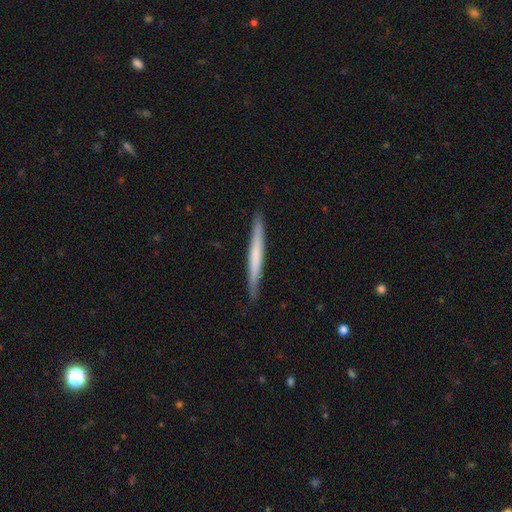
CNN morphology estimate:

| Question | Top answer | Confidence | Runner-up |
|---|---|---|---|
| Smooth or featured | smooth | 55% | featured or disk (40%) |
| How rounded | cigar-shaped | 97% | in between (2%) |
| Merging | none | 90% | minor disturbance (7%) |